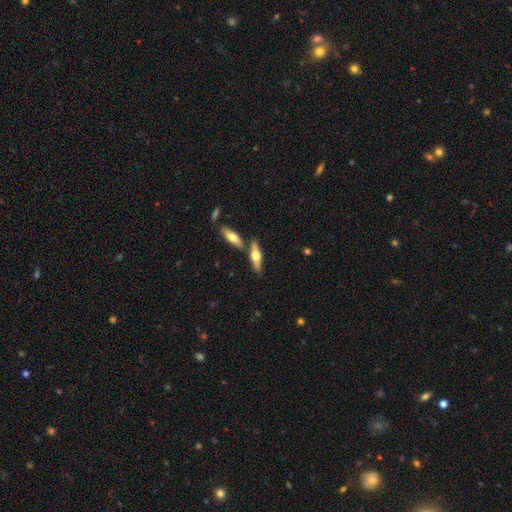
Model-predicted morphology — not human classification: A featured or disk galaxy (49%). Merging: none (65%).